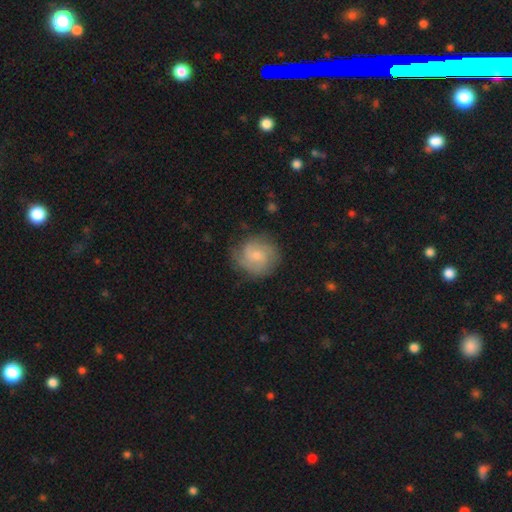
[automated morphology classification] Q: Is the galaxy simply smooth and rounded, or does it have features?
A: featured or disk — 54%.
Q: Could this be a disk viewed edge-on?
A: no — 98%.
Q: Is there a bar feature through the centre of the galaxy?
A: no — 67%.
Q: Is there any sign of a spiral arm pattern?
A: yes — 87%.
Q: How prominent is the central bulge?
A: small — 59%.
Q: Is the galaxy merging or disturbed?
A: none — 74%.